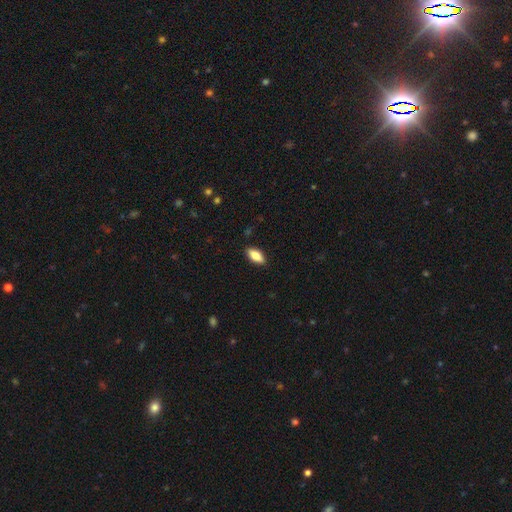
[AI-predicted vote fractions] Morphology: type=smooth (77%); roundness=in between (83%); merging=none (88%).